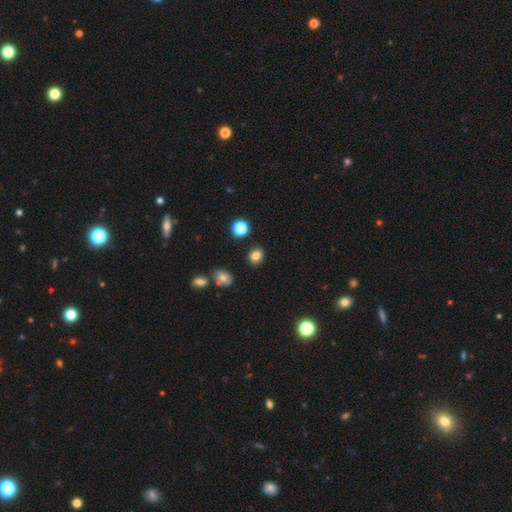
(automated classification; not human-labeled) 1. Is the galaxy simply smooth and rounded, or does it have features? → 82% smooth, 12% star or artifact, 6% featured or disk.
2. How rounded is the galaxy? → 53% round, 45% in between, 1% cigar-shaped.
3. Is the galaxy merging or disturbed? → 88% none, 8% minor disturbance, 3% merger, 2% major disturbance.